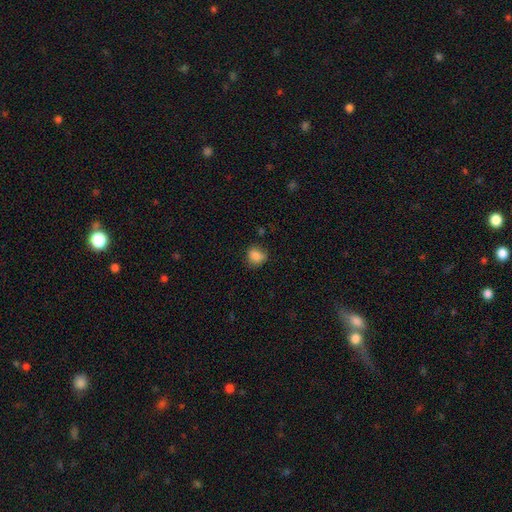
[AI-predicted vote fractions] A smooth galaxy with no disk features (85%) that is round (67%). Merging: none (72%).